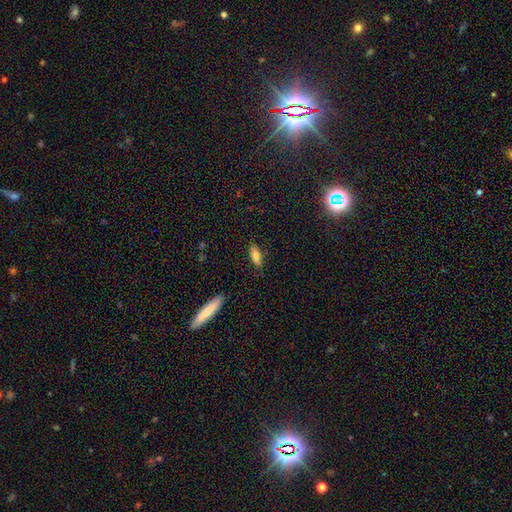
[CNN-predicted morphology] Smooth or featured?
  - smooth: 75% *
  - featured or disk: 16%
  - star or artifact: 8%
How rounded?
  - in between: 72% *
  - cigar-shaped: 25%
  - round: 3%
Merging?
  - none: 82% *
  - minor disturbance: 14%
  - major disturbance: 3%
  - merger: 2%